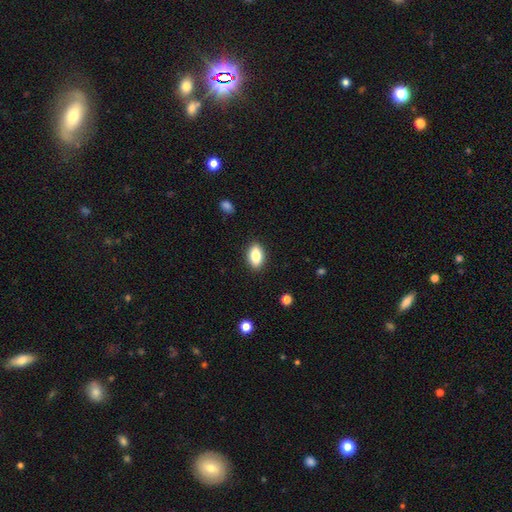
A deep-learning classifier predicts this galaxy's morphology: Smooth or featured: smooth — 82% (featured or disk — 11%)
How rounded: in between — 88% (round — 7%)
Merging: none — 88% (minor disturbance — 9%)